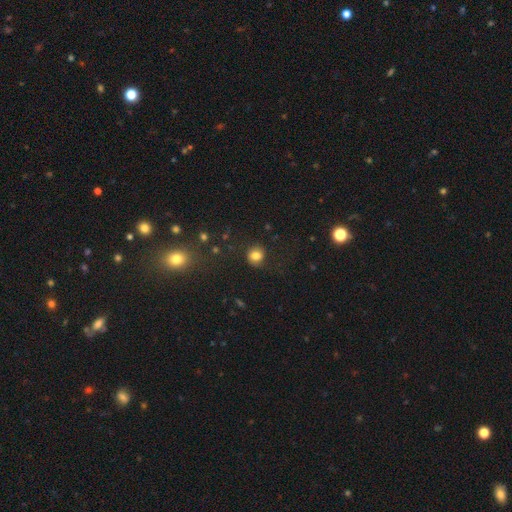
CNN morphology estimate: Smooth or featured: smooth — 80% (star or artifact — 12%)
How rounded: round — 83% (in between — 16%)
Merging: none — 83% (minor disturbance — 11%)